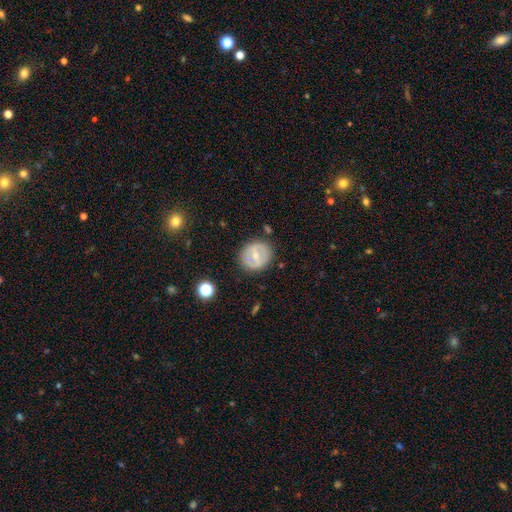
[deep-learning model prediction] Smooth or featured? featured or disk (53%)
Edge-on disk? no (94%)
Merging? none (82%)